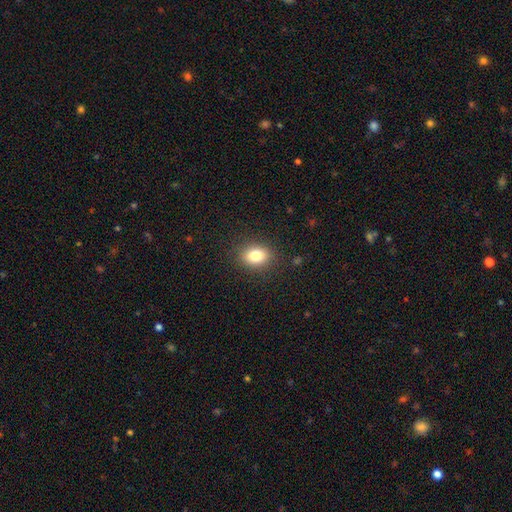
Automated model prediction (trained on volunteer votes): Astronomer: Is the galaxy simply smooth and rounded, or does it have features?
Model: smooth — 82%.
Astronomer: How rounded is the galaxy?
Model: in between — 68%.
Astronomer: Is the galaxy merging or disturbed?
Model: none — 87%.